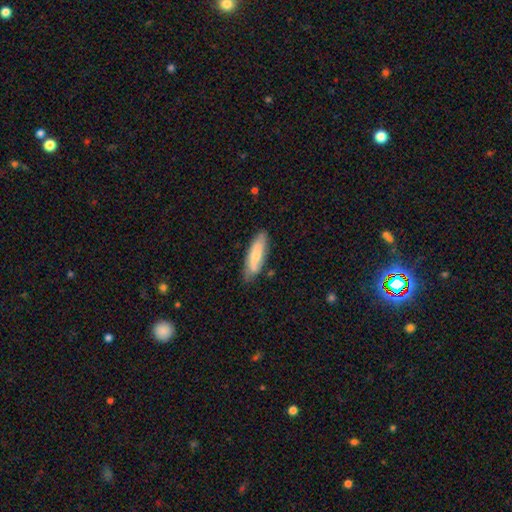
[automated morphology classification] Smooth or featured? Predicted: smooth (p=0.63). How rounded? Predicted: cigar-shaped (p=0.52). Merging? Predicted: none (p=0.72).